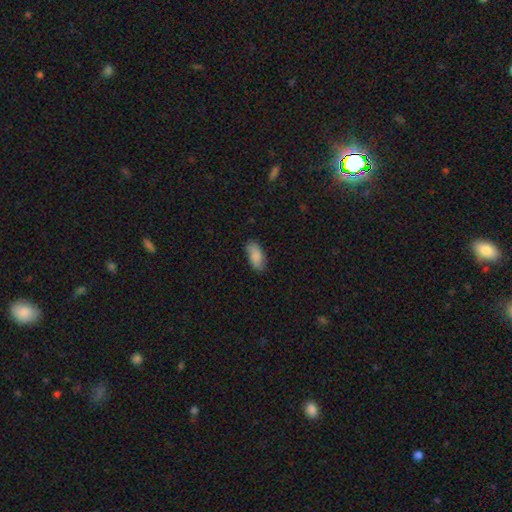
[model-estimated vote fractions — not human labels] smooth_or_featured: smooth (p=0.84) [alt: featured or disk p=0.10]
how_rounded: in between (p=0.89) [alt: cigar-shaped p=0.09]
merging: none (p=0.79) [alt: minor disturbance p=0.17]